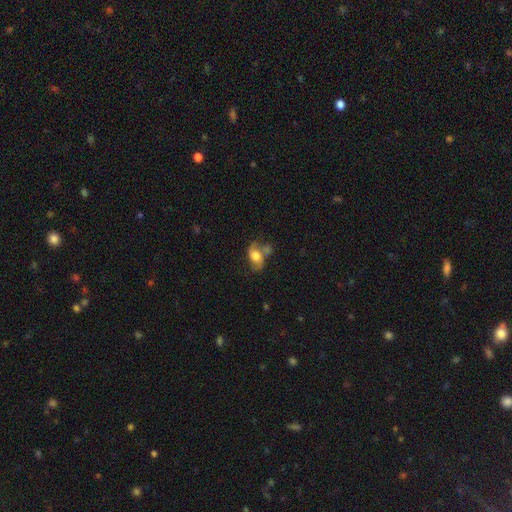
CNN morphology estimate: smooth 57%, featured or disk 34%, star or artifact 9%. Down the decision tree: how rounded — in between (81%); merging — none (38%).